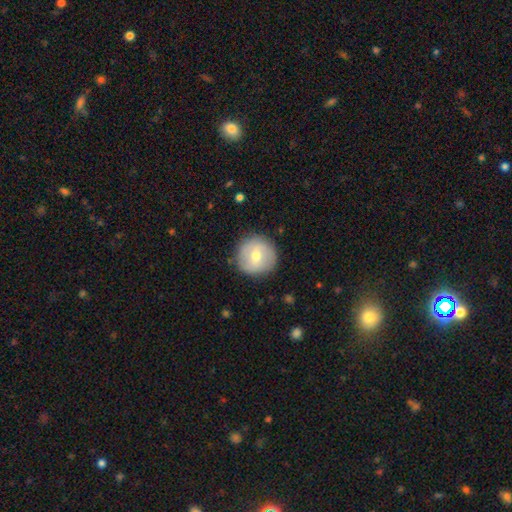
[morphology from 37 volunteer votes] Q: Smooth or featured?
A: smooth (68%); runner-up: featured or disk (32%)
Q: How rounded?
A: round (100%)
Q: Merging?
A: none (81%); runner-up: minor disturbance (14%)